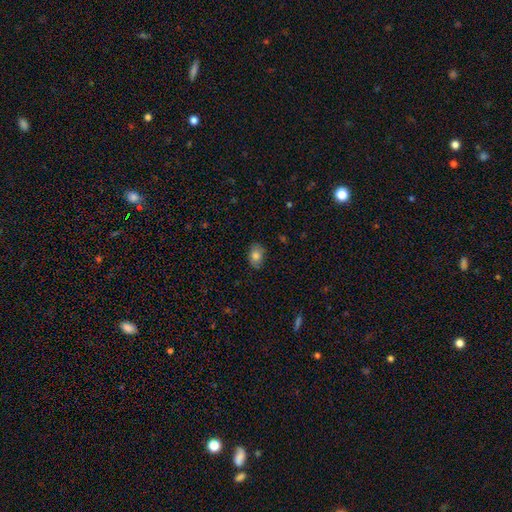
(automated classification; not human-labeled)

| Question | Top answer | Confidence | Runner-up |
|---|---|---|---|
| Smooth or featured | smooth | 81% | featured or disk (11%) |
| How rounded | in between | 76% | round (23%) |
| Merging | none | 79% | minor disturbance (17%) |